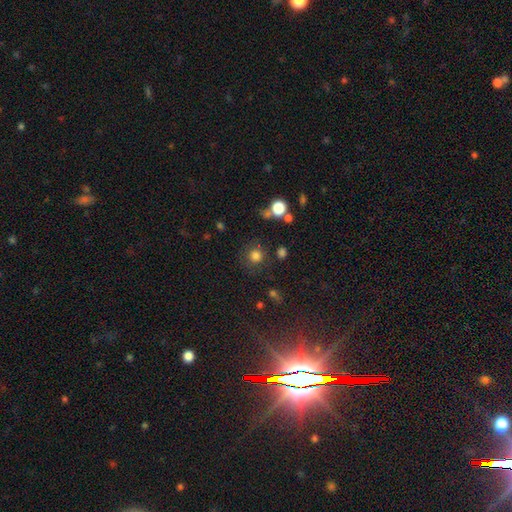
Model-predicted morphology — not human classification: Smooth or featured? Predicted: smooth (p=0.79). How rounded? Predicted: round (p=0.92). Merging? Predicted: none (p=0.80).